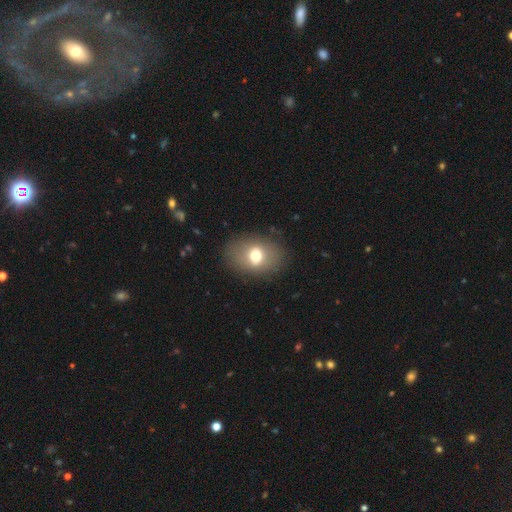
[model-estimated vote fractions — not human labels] Smooth or featured? Predicted: smooth (p=0.64). How rounded? Predicted: in between (p=0.66). Merging? Predicted: none (p=0.84).